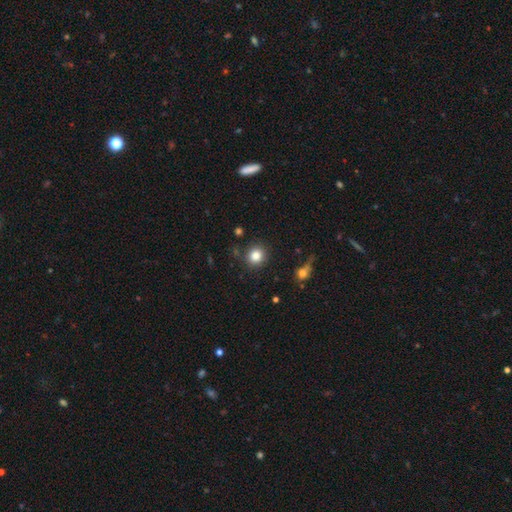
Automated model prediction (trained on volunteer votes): Smooth or featured? smooth (83%)
How rounded? round (86%)
Merging? none (85%)